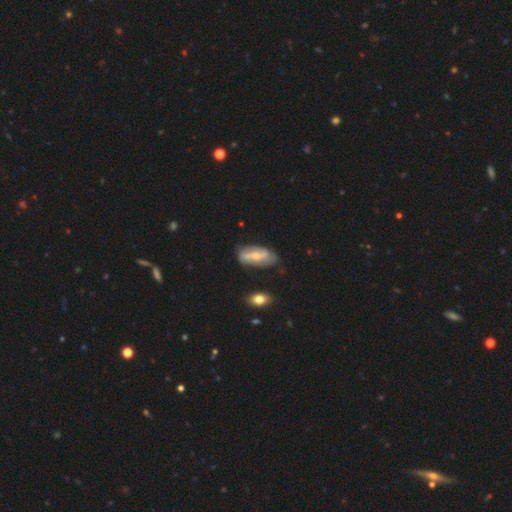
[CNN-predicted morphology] Smooth or featured?
  - featured or disk: 58% *
  - smooth: 35%
  - star or artifact: 6%
Edge-on disk?
  - no: 86% *
  - yes: 14%
Bar?
  - strong: 38% *
  - weak: 32%
  - no: 30%
Spiral arms?
  - yes: 65% *
  - no: 35%
Bulge size?
  - small: 52% *
  - moderate: 44%
  - large: 2%
  - none: 2%
  - dominant: 1%
Merging?
  - none: 65% *
  - minor disturbance: 25%
  - major disturbance: 7%
  - merger: 3%